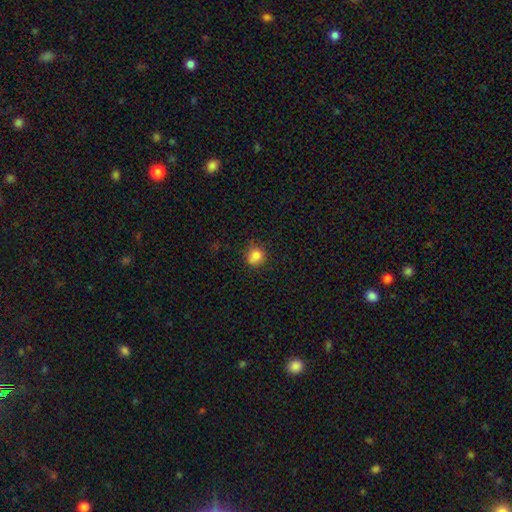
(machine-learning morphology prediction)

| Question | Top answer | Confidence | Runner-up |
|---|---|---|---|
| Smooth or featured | smooth | 81% | star or artifact (11%) |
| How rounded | round | 80% | in between (19%) |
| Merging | none | 64% | minor disturbance (22%) |